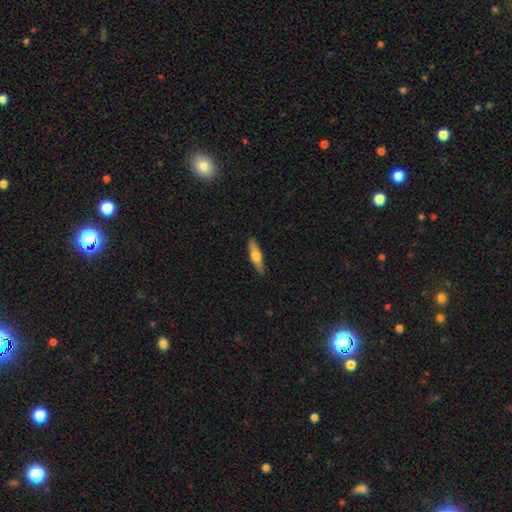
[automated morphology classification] This is possibly a smooth galaxy (53%). How rounded: likely cigar-shaped (66%). Merging: clearly none (88%).